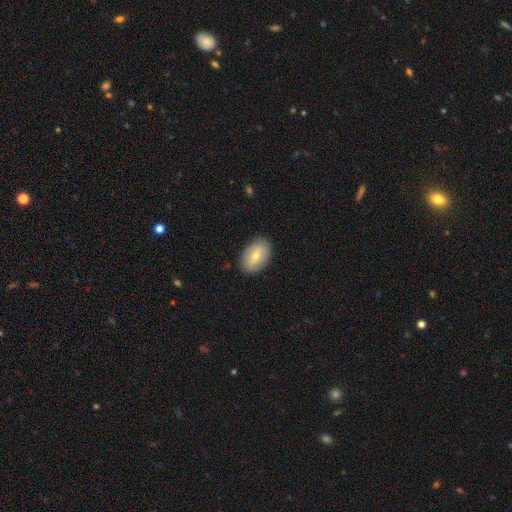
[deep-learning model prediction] This is likely a smooth galaxy (62%). How rounded: clearly in between (89%). Merging: clearly none (85%).